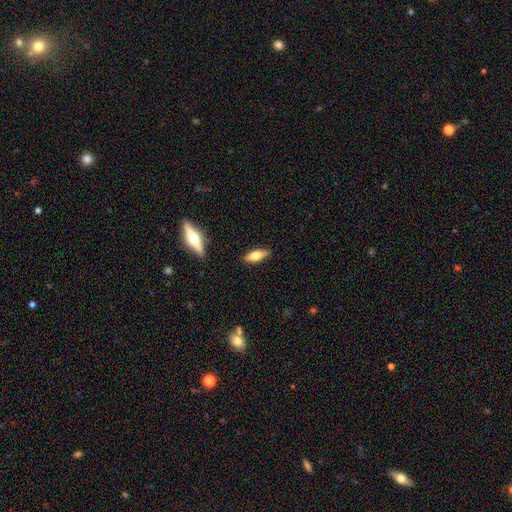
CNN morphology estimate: This is possibly a smooth galaxy (56%). How rounded: possibly in between (55%). Merging: clearly none (86%).